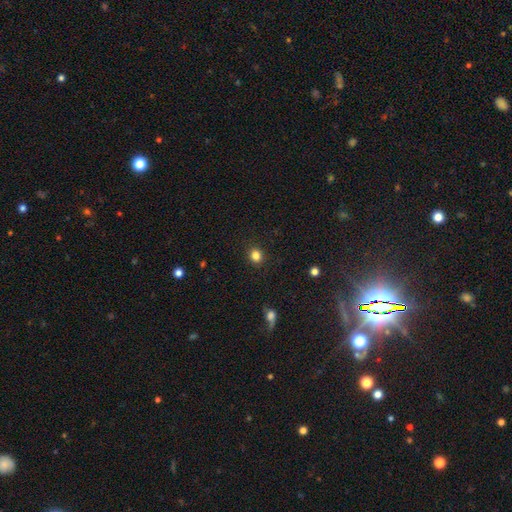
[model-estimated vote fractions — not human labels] Smooth or featured? Predicted: smooth (p=0.84). How rounded? Predicted: round (p=0.77). Merging? Predicted: none (p=0.91).